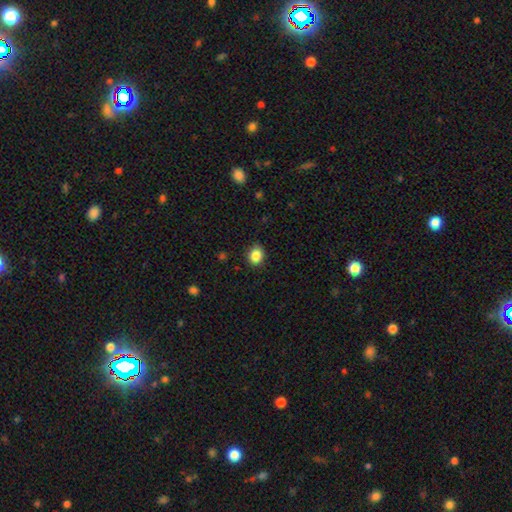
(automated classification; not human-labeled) This appears to be a smooth galaxy with no disk features (86%) that is round (56%). Merging: none (87%).